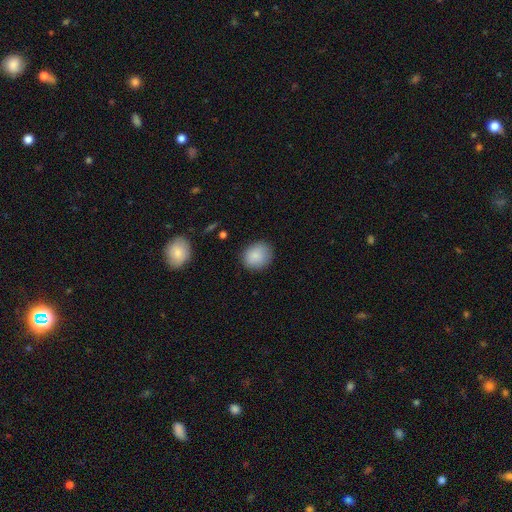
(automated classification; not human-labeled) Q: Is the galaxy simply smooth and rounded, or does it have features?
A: smooth — 87%.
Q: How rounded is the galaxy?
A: round — 67%.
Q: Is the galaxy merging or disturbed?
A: none — 84%.